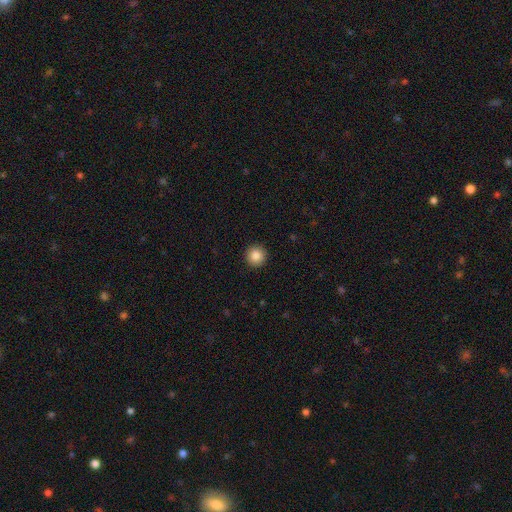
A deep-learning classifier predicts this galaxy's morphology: Smooth or featured: smooth — 86% (star or artifact — 9%)
How rounded: round — 96% (in between — 3%)
Merging: none — 93% (minor disturbance — 4%)